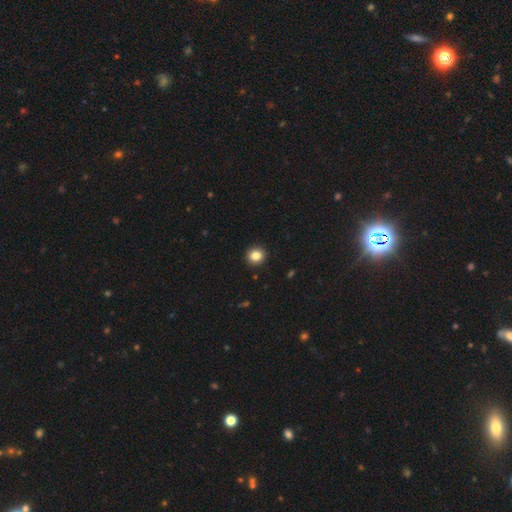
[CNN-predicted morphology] This is clearly a smooth galaxy (85%). How rounded: clearly round (90%). Merging: clearly none (93%).